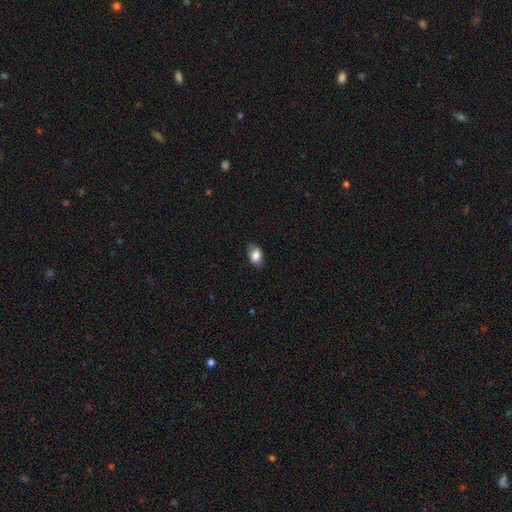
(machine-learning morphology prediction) Smooth or featured?
  - smooth: 81% *
  - featured or disk: 11%
  - star or artifact: 8%
How rounded?
  - in between: 87% *
  - round: 12%
  - cigar-shaped: 1%
Merging?
  - none: 78% *
  - minor disturbance: 17%
  - major disturbance: 4%
  - merger: 1%